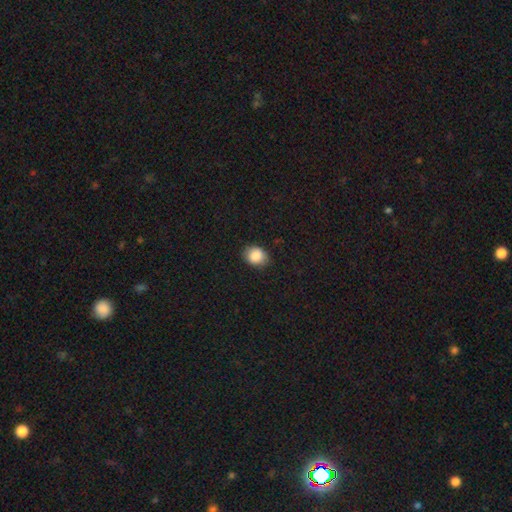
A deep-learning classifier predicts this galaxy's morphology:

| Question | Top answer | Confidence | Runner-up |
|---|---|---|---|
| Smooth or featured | smooth | 87% | star or artifact (9%) |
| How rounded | round | 52% | in between (47%) |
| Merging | none | 83% | minor disturbance (14%) |